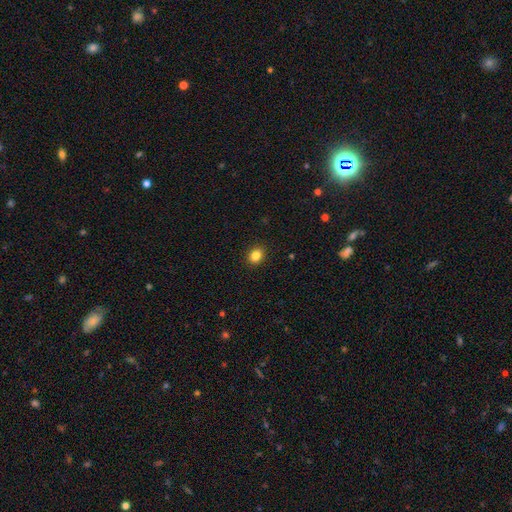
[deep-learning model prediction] Smooth or featured?
  - smooth: 84% *
  - star or artifact: 11%
  - featured or disk: 5%
How rounded?
  - round: 52% *
  - in between: 47%
  - cigar-shaped: 1%
Merging?
  - none: 90% *
  - minor disturbance: 7%
  - major disturbance: 2%
  - merger: 1%